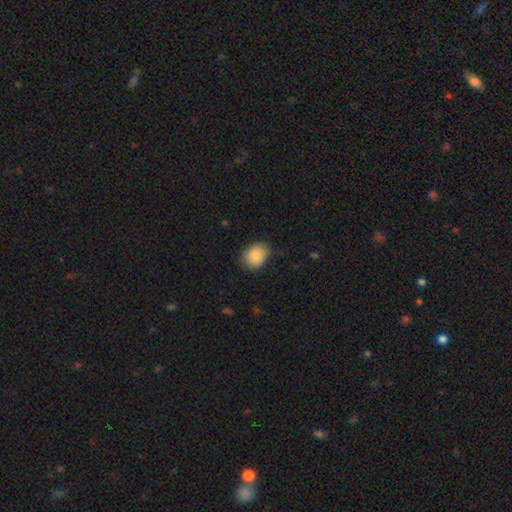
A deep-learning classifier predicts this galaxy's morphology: Smooth or featured?
  - smooth: 87% *
  - star or artifact: 7%
  - featured or disk: 6%
How rounded?
  - in between: 52% *
  - round: 47%
  - cigar-shaped: 1%
Merging?
  - none: 71% *
  - minor disturbance: 23%
  - major disturbance: 4%
  - merger: 1%